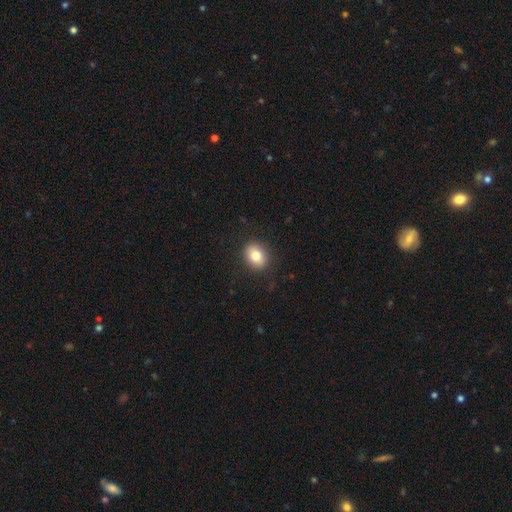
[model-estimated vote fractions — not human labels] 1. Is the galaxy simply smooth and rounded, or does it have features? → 82% smooth, 9% featured or disk, 9% star or artifact.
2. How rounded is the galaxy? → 56% in between, 43% round, 1% cigar-shaped.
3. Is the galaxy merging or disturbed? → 88% none, 8% minor disturbance, 3% major disturbance, 1% merger.